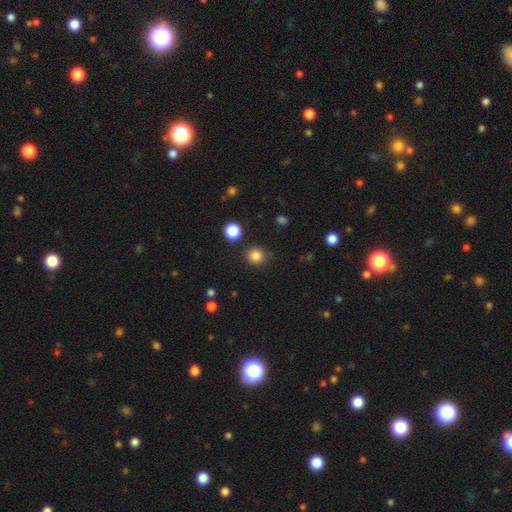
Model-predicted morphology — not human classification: Q: Smooth or featured?
A: smooth (84%); runner-up: star or artifact (12%)
Q: How rounded?
A: round (92%); runner-up: in between (7%)
Q: Merging?
A: none (87%); runner-up: minor disturbance (7%)